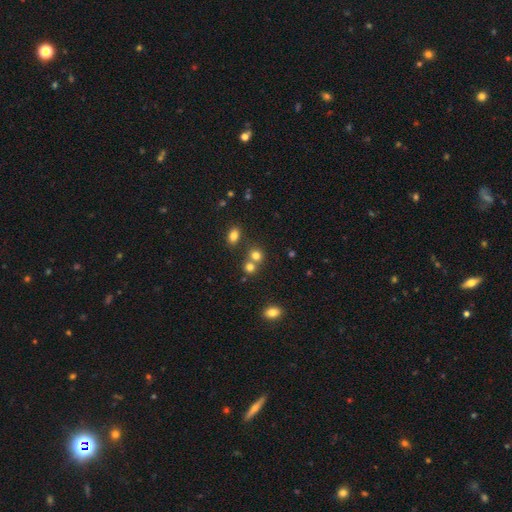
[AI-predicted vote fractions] The model was most divided on "merging": none: 54%, merger: 36%, minor disturbance: 7%, major disturbance: 3%. More confident: how rounded — round (79%); smooth or featured — smooth (76%).